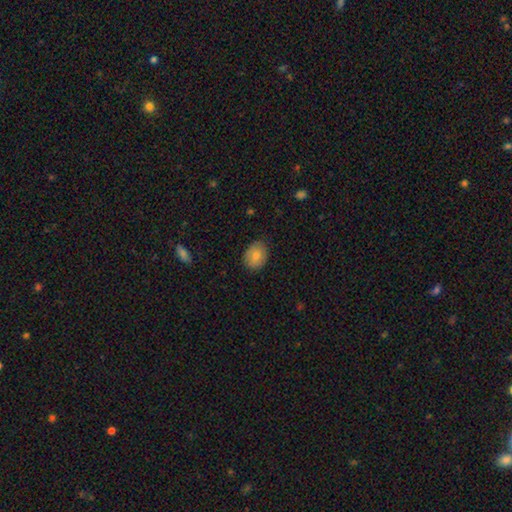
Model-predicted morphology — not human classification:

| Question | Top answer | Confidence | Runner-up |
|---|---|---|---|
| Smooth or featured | smooth | 79% | featured or disk (14%) |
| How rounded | in between | 57% | round (42%) |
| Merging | none | 80% | minor disturbance (16%) |